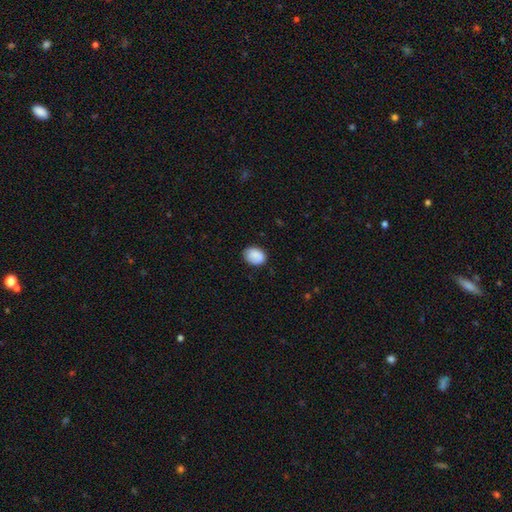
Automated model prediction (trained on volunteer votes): smooth 87%, star or artifact 7%, featured or disk 6%. Down the decision tree: how rounded — in between (65%); merging — none (80%).